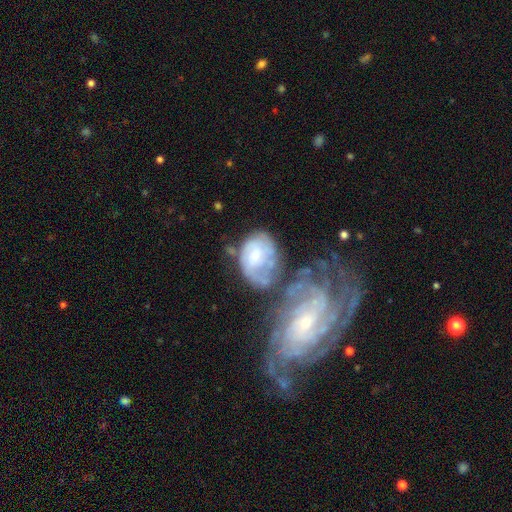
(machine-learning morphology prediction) This is likely a featured or disk galaxy (60%). It is clearly not viewed edge-on (97%). Bar: likely no (68%). Spiral arm pattern: likely yes (63%). Central bulge: possibly moderate (48%). Merging: marginally merger (34%).